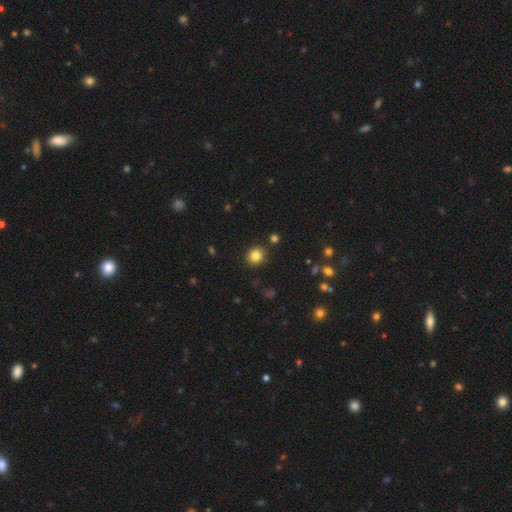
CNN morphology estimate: Q: Smooth or featured?
A: smooth (83%); runner-up: star or artifact (11%)
Q: How rounded?
A: round (81%); runner-up: in between (18%)
Q: Merging?
A: none (89%); runner-up: minor disturbance (7%)